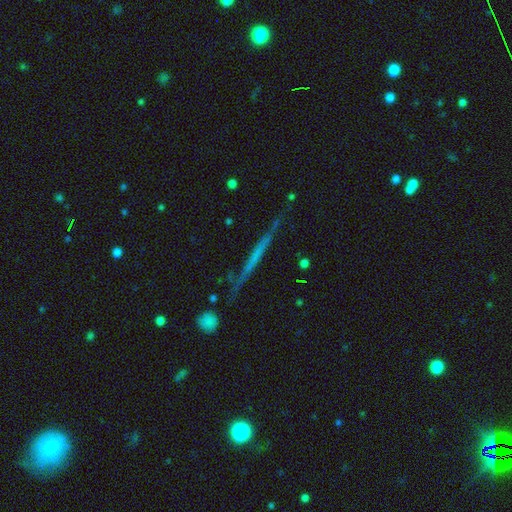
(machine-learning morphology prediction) smooth_or_featured: featured or disk (p=0.60) [alt: smooth p=0.30]
disk_edge_on: yes (p=0.95) [alt: no p=0.05]
edge_on_bulge: none (p=0.86) [alt: rounded p=0.08]
merging: none (p=0.83) [alt: minor disturbance p=0.12]